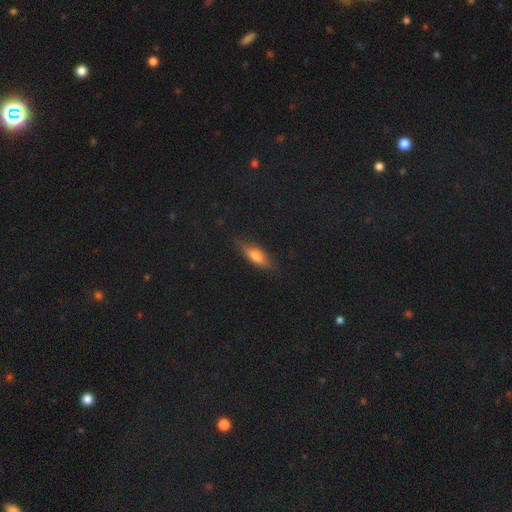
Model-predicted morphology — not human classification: The model was most divided on "how rounded": in between: 52%, cigar-shaped: 44%, round: 4%. More confident: merging — none (79%); smooth or featured — smooth (60%).